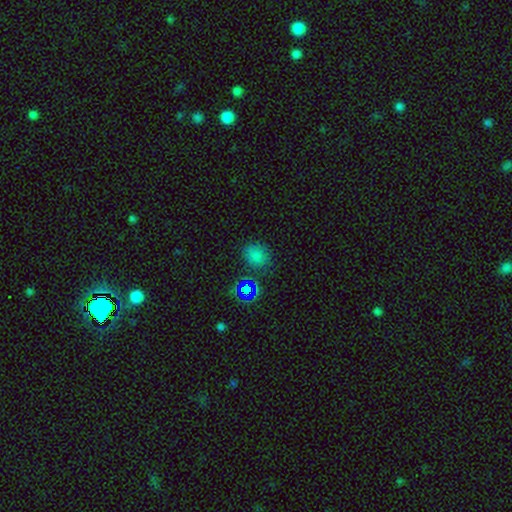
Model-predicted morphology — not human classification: smooth 71%, star or artifact 23%, featured or disk 6%. Down the decision tree: how rounded — round (63%); merging — none (77%).